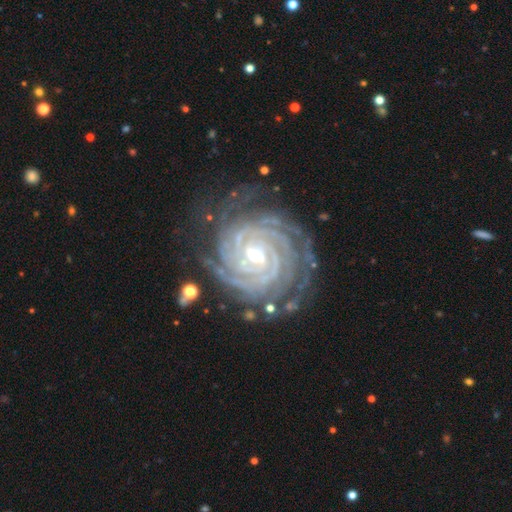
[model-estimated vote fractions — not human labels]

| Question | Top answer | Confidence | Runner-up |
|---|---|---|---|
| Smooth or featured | featured or disk | 93% | star or artifact (4%) |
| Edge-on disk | no | 98% | yes (2%) |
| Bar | weak | 46% | strong (29%) |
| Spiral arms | yes | 99% | no (1%) |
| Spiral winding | tight | 88% | medium (11%) |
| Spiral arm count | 4 | 31% | more than 4 (20%) |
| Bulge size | small | 62% | moderate (35%) |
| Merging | none | 76% | minor disturbance (17%) |